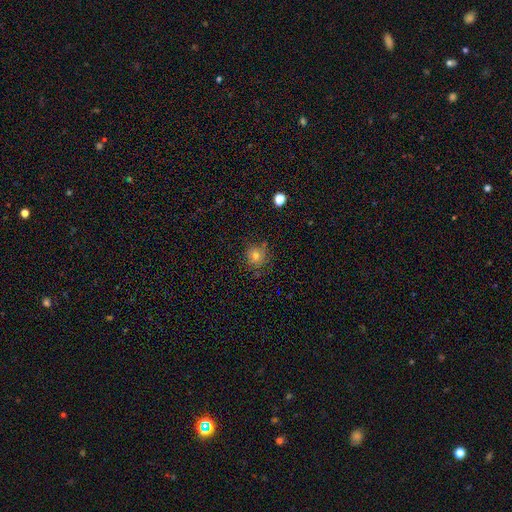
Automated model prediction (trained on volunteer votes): This appears to be a smooth galaxy with no disk features (69%) that is round (88%). Merging: none (76%).